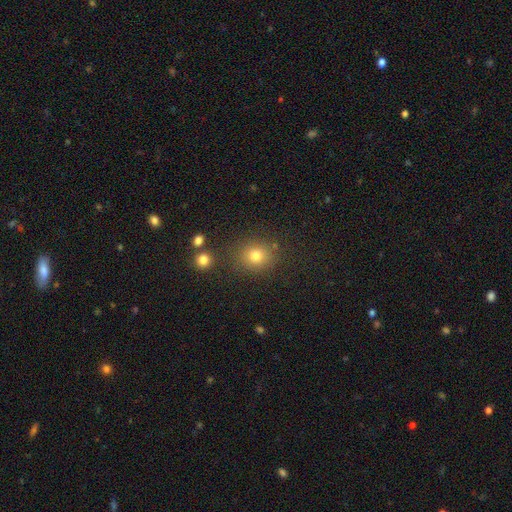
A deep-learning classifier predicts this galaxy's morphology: This appears to be a smooth galaxy with no disk features (78%) that is round (79%). Merging: none (82%).